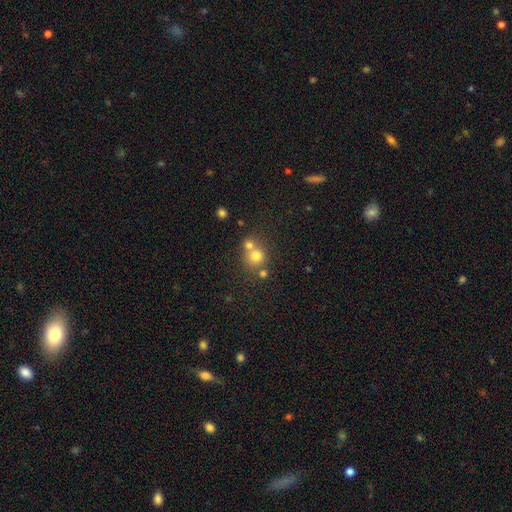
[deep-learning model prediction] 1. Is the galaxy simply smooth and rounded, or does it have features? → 73% smooth, 15% star or artifact, 12% featured or disk.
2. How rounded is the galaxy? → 86% round, 13% in between, 1% cigar-shaped.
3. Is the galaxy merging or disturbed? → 48% none, 41% merger, 7% minor disturbance, 3% major disturbance.